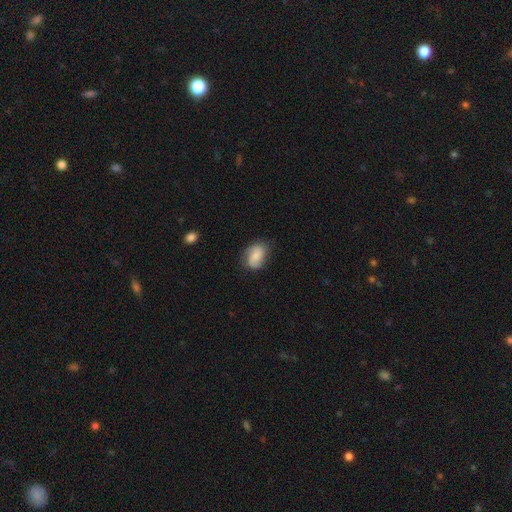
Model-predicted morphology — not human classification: smooth_or_featured: smooth (p=0.55) [alt: featured or disk p=0.38]
how_rounded: in between (p=0.75) [alt: round p=0.23]
merging: none (p=0.68) [alt: minor disturbance p=0.23]